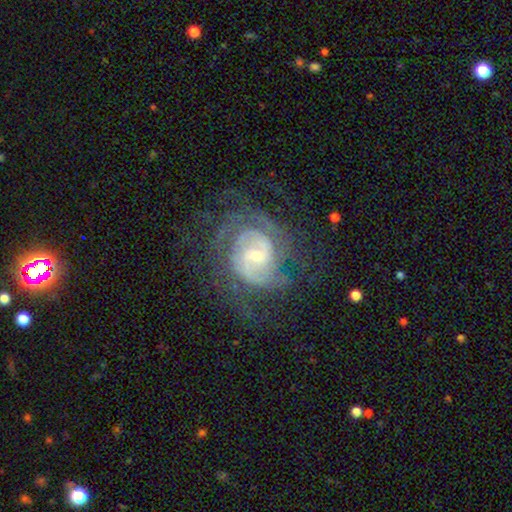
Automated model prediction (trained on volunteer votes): The model was most divided on "bar" (2-way tie): no: 44%, weak: 44%, strong: 12%. Remaining: edge-on disk — no (97%); spiral arms — yes (93%); smooth or featured — featured or disk (84%); merging — none (63%); bulge size — small (62%); spiral winding — tight (52%); spiral arm count — 2 (41%).